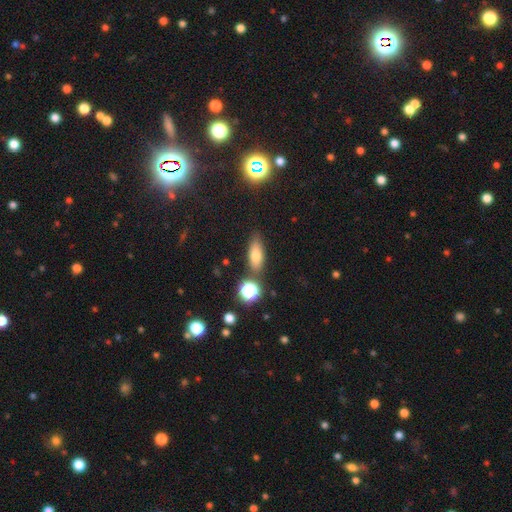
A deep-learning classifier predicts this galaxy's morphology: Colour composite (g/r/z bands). It shows a smooth galaxy with no disk features (71%) that is in between round and cigar-shaped (69%). Merging: none (76%).